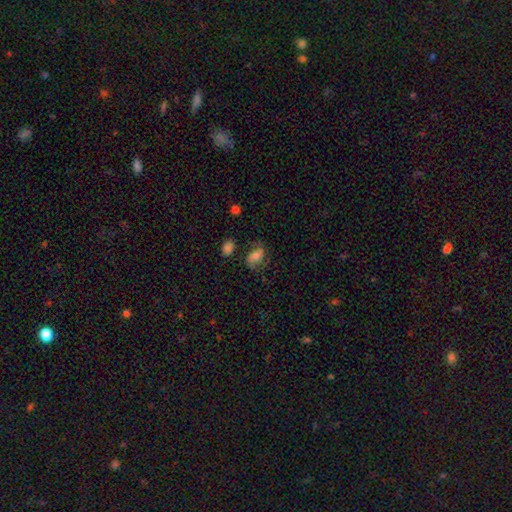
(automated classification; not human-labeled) Smooth or featured? smooth (45%, tied with featured or disk)
Merging? none (59%)